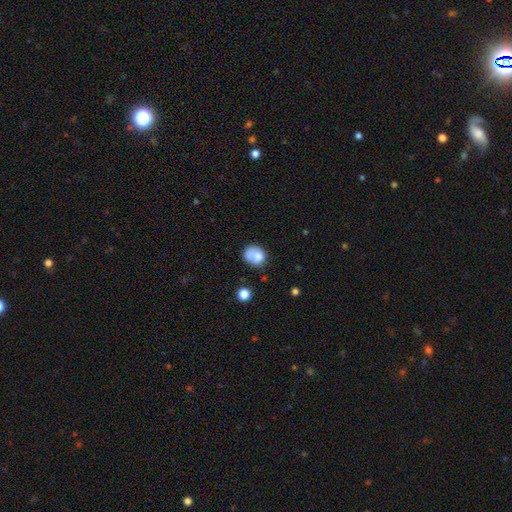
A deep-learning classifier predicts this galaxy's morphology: This appears to be a smooth galaxy with no disk features (78%) that is round (68%). Merging: none (52%).